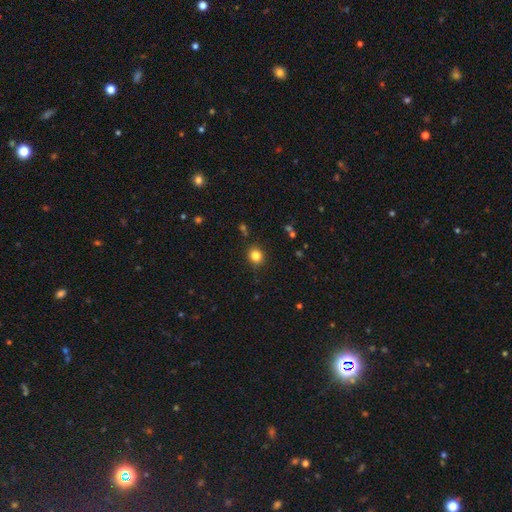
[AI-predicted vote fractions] A smooth galaxy with no disk features (83%) that is round (82%).

Vote fractions:
- Smooth or featured? smooth: 83% / star or artifact: 12% / featured or disk: 5%
- How rounded? round: 82% / in between: 17% / cigar-shaped: 1%
- Merging? none: 89% / minor disturbance: 8% / major disturbance: 2% / merger: 2%